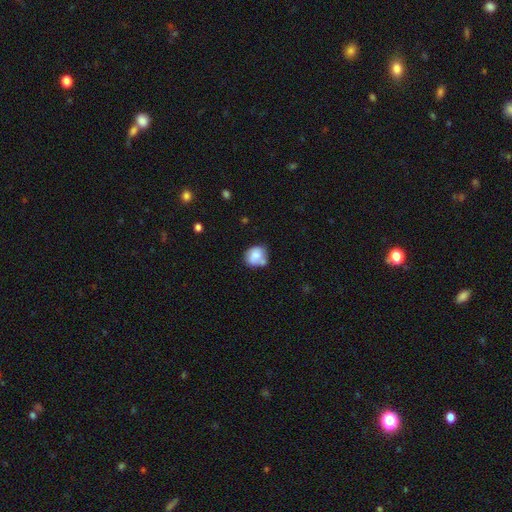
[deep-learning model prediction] A smooth galaxy with no disk features (75%) that is round (68%).

Vote fractions:
- Smooth or featured? smooth: 75% / featured or disk: 17% / star or artifact: 8%
- How rounded? round: 68% / in between: 31% / cigar-shaped: 1%
- Merging? none: 47% / merger: 25% / minor disturbance: 22% / major disturbance: 6%